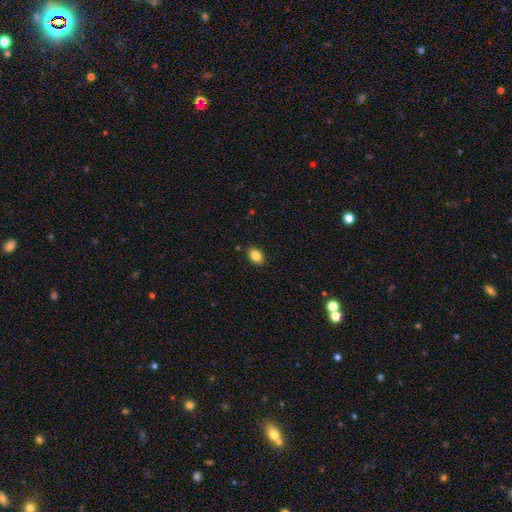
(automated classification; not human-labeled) A smooth galaxy with no disk features (85%) that is in between round and cigar-shaped (81%).

Vote fractions:
- Smooth or featured? smooth: 85% / star or artifact: 9% / featured or disk: 6%
- How rounded? in between: 81% / round: 18% / cigar-shaped: 1%
- Merging? none: 89% / minor disturbance: 8% / major disturbance: 2% / merger: 1%